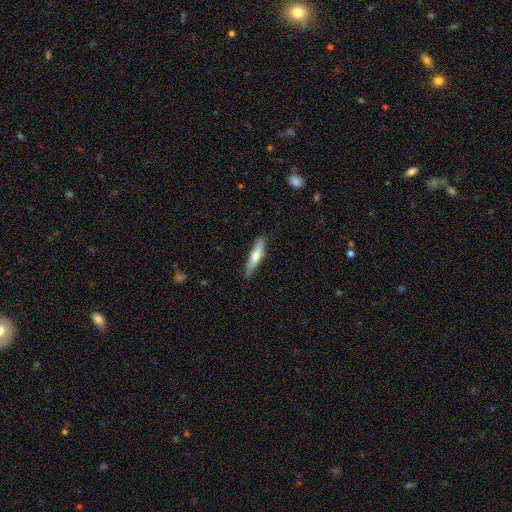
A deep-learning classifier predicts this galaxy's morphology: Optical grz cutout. It shows a smooth galaxy with no disk features (65%) that is cigar-shaped (85%). Merging: none (82%).